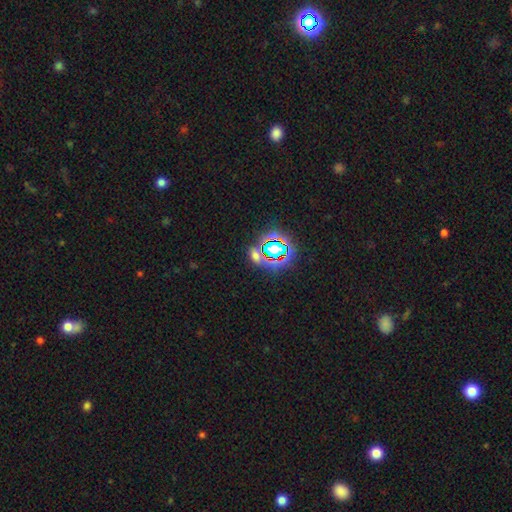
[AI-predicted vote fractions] This appears to be a star or artifact, not a galaxy (49%).